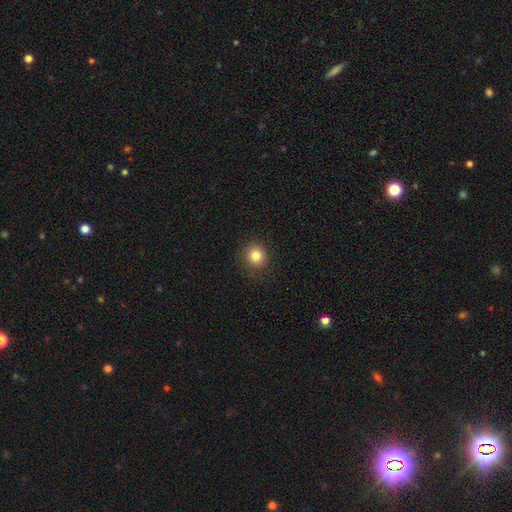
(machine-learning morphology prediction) Smooth or featured: smooth — 83% (star or artifact — 11%)
How rounded: round — 90% (in between — 9%)
Merging: none — 88% (minor disturbance — 8%)